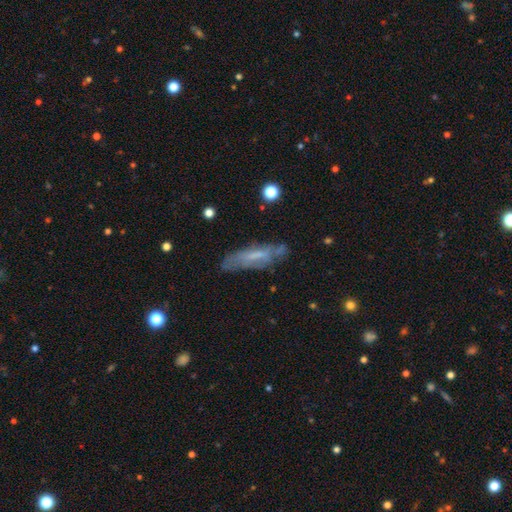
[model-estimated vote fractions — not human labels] smooth-or-featured: featured or disk: 52% | smooth: 39% | star or artifact: 9%
  disk-edge-on: no: 59% | yes: 41%
  merging: none: 67% | minor disturbance: 22% | major disturbance: 8% | merger: 3%